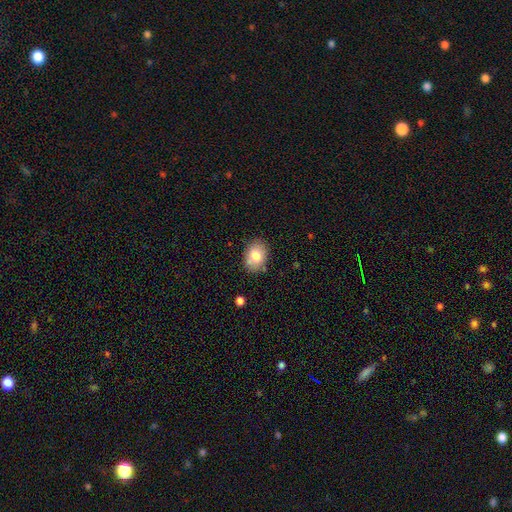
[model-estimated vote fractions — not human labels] Q: Smooth or featured?
A: smooth (79%); runner-up: featured or disk (12%)
Q: How rounded?
A: in between (62%); runner-up: round (37%)
Q: Merging?
A: none (78%); runner-up: minor disturbance (15%)